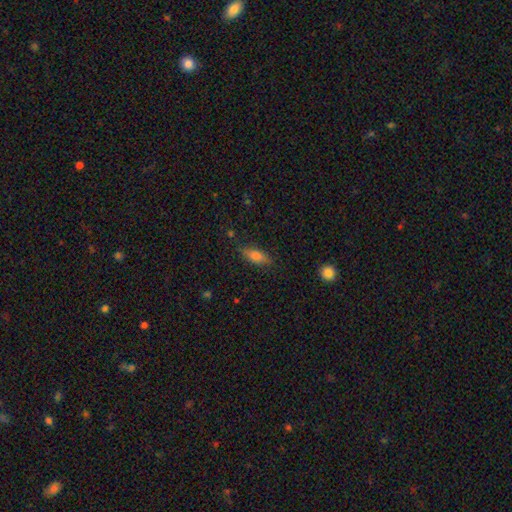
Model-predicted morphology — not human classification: A smooth galaxy with no disk features (74%) that is in between round and cigar-shaped (71%).

Vote fractions:
- Smooth or featured? smooth: 74% / featured or disk: 17% / star or artifact: 9%
- How rounded? in between: 71% / cigar-shaped: 26% / round: 3%
- Merging? none: 80% / minor disturbance: 15% / major disturbance: 3% / merger: 2%